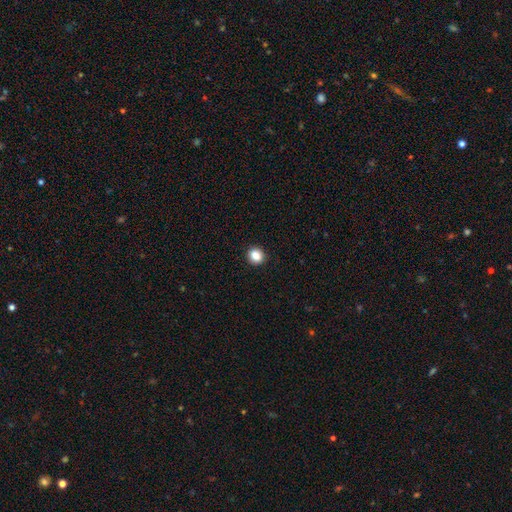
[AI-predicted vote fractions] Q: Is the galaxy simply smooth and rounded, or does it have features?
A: smooth — 85%.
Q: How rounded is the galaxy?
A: round — 80%.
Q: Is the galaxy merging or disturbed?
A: none — 92%.